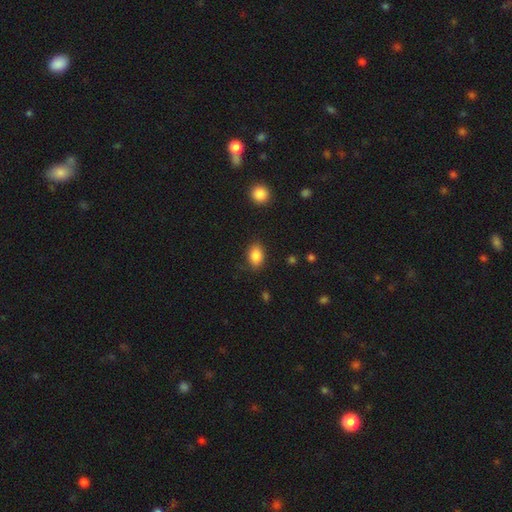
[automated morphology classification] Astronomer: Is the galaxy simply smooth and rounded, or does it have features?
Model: smooth — 86%.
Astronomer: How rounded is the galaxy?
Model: in between — 84%.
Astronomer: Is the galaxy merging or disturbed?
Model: none — 84%.